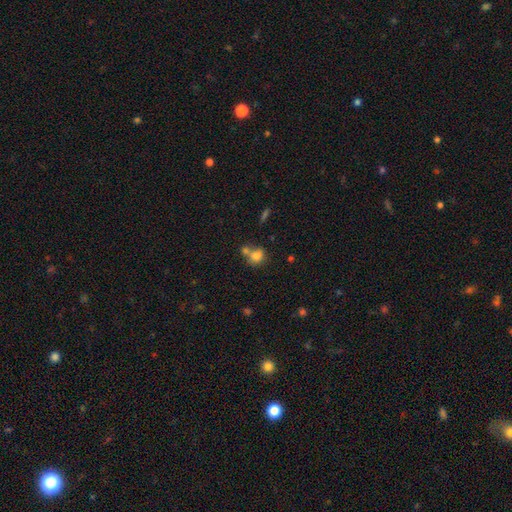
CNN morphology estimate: A smooth galaxy with no disk features (77%) that is round (65%).

Vote fractions:
- Smooth or featured? smooth: 77% / featured or disk: 12% / star or artifact: 11%
- How rounded? round: 65% / in between: 33% / cigar-shaped: 1%
- Merging? merger: 44% / none: 39% / minor disturbance: 11% / major disturbance: 5%